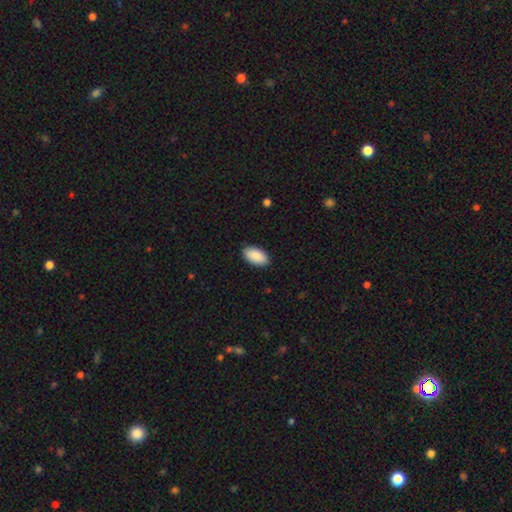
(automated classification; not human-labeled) Smooth or featured: smooth — 91% (star or artifact — 6%)
How rounded: in between — 96% (round — 3%)
Merging: none — 89% (minor disturbance — 8%)